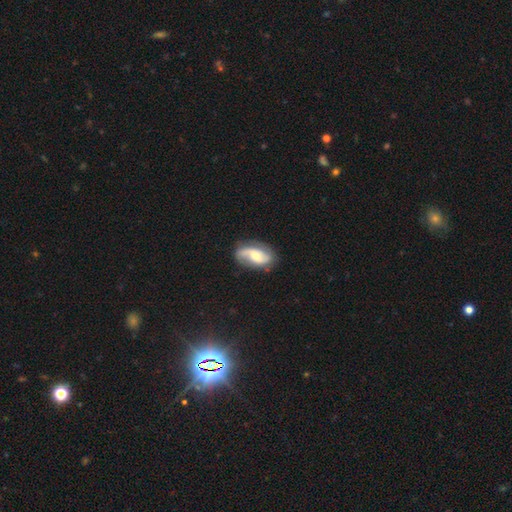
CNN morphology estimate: featured or disk 71%, smooth 23%, star or artifact 6%. Down the decision tree: edge-on disk — no (95%); bar — no (43%); spiral arms — yes (92%); spiral arm count — 2 (84%); spiral winding — loose (51%); bulge size — moderate (56%); merging — none (72%).